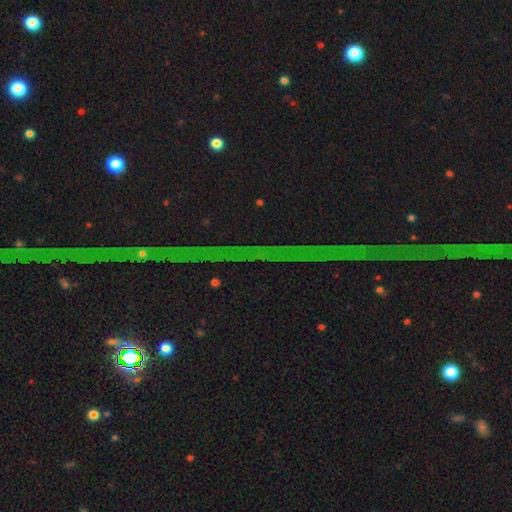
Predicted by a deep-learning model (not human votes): Overall: star or artifact (84%).